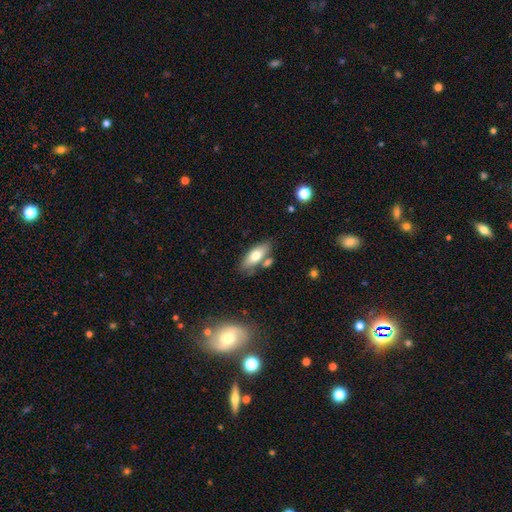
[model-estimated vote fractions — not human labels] smooth-or-featured: smooth: 71% | featured or disk: 22% | star or artifact: 7%
  how-rounded: in between: 76% | cigar-shaped: 21% | round: 3%
  merging: none: 67% | merger: 15% | minor disturbance: 14% | major disturbance: 4%